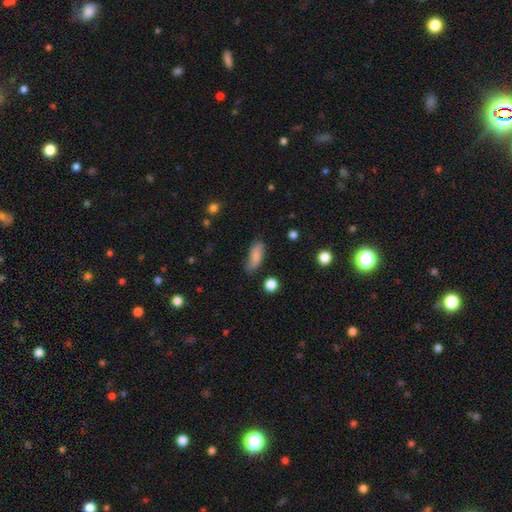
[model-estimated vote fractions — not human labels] A smooth galaxy with no disk features (77%) that is in between round and cigar-shaped (75%).

Vote fractions:
- Smooth or featured? smooth: 77% / featured or disk: 15% / star or artifact: 8%
- How rounded? in between: 75% / cigar-shaped: 21% / round: 4%
- Merging? none: 68% / minor disturbance: 23% / major disturbance: 6% / merger: 3%